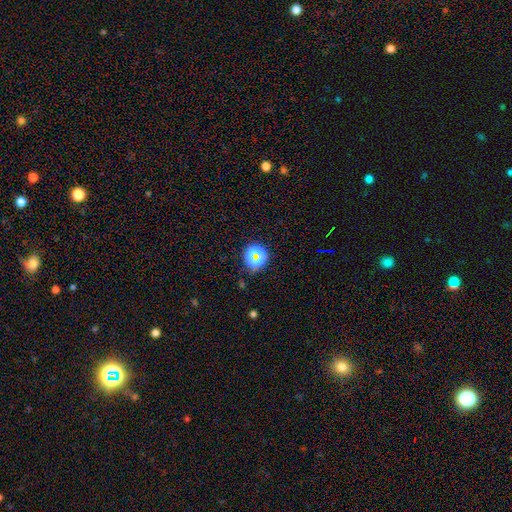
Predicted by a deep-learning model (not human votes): smooth_or_featured: star or artifact (p=0.54) [alt: smooth p=0.37]